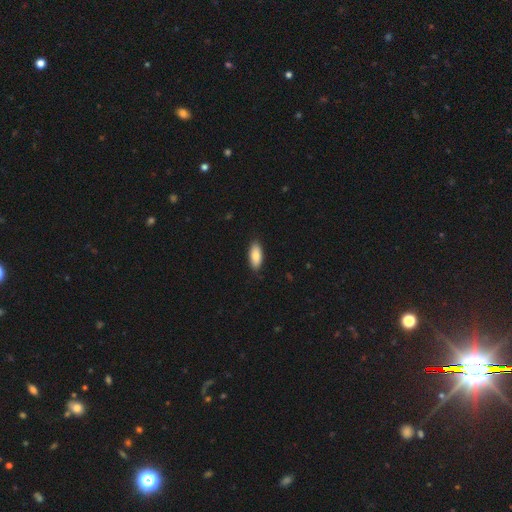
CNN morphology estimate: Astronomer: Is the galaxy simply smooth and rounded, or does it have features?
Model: smooth — 84%.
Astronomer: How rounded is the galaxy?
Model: in between — 87%.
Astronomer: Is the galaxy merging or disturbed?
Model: none — 88%.